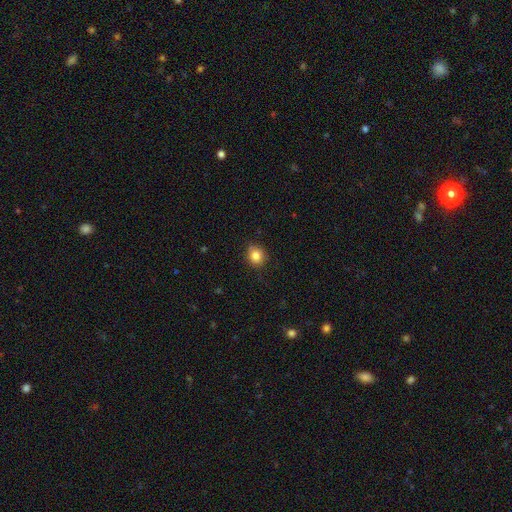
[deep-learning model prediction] Smooth or featured? Predicted: smooth (p=0.84). How rounded? Predicted: round (p=0.81). Merging? Predicted: none (p=0.85).